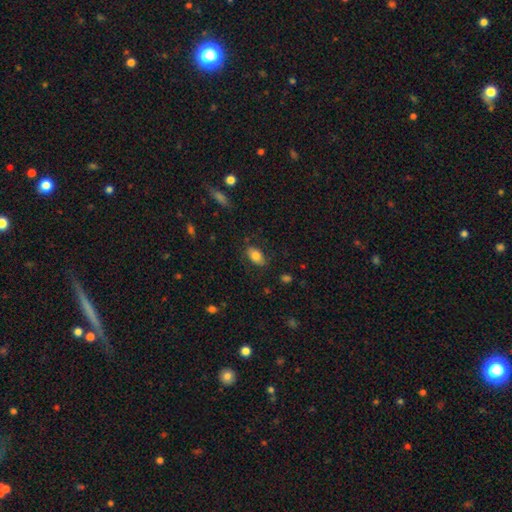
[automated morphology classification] Smooth or featured?
  - smooth: 80% *
  - featured or disk: 12%
  - star or artifact: 8%
How rounded?
  - in between: 91% *
  - round: 7%
  - cigar-shaped: 3%
Merging?
  - none: 79% *
  - minor disturbance: 15%
  - major disturbance: 5%
  - merger: 1%